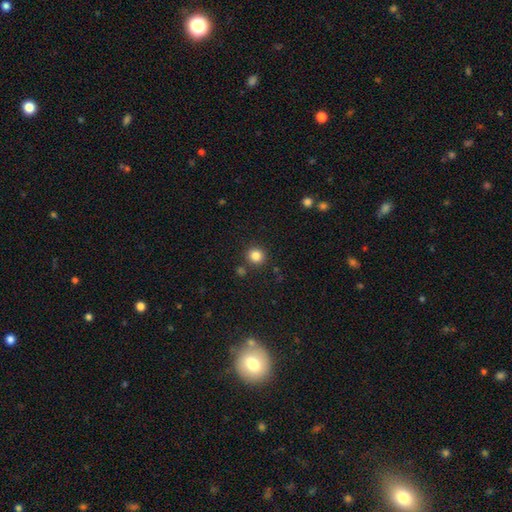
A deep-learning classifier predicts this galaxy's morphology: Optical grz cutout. It shows a smooth galaxy with no disk features (83%) that is round (91%). Merging: none (87%).